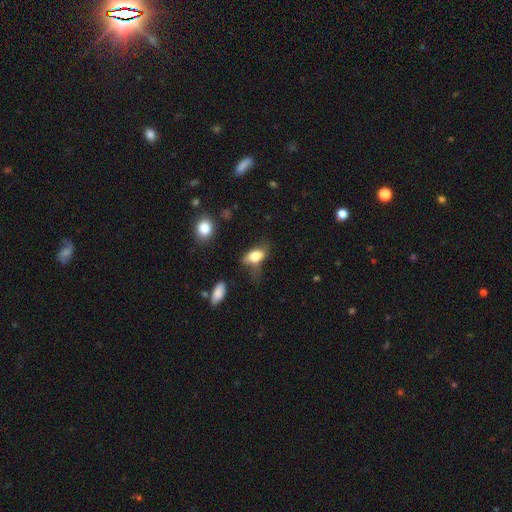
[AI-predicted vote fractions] Smooth or featured?
  - smooth: 74% *
  - featured or disk: 17%
  - star or artifact: 9%
How rounded?
  - in between: 85% *
  - round: 9%
  - cigar-shaped: 5%
Merging?
  - none: 36% *
  - minor disturbance: 30%
  - major disturbance: 28%
  - merger: 6%